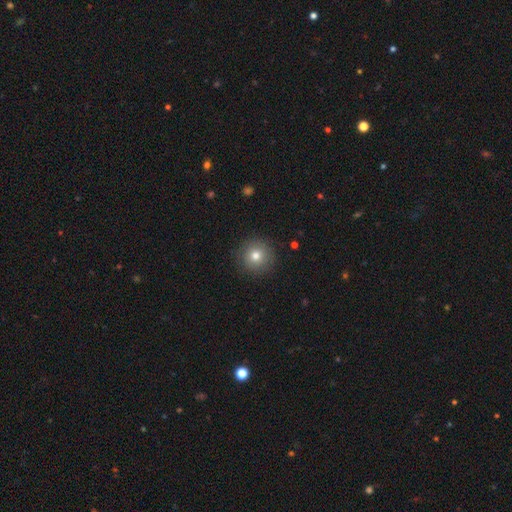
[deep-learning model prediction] Smooth or featured? Predicted: smooth (p=0.77). How rounded? Predicted: round (p=0.95). Merging? Predicted: none (p=0.89).